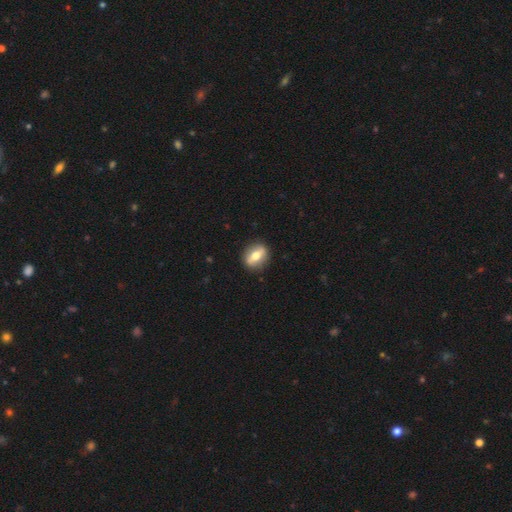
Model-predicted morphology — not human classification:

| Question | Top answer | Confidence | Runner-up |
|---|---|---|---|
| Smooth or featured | featured or disk | 48% | smooth (45%) |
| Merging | none | 88% | minor disturbance (9%) |